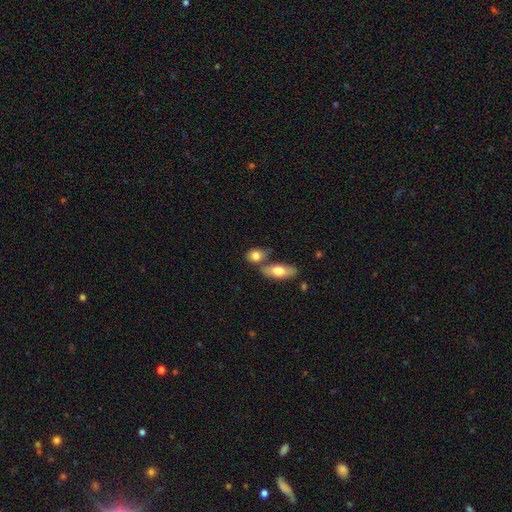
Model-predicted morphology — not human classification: Overall: smooth (80%). How rounded: in between (65%; round 29%). Merging: none (47%; merger 36%).